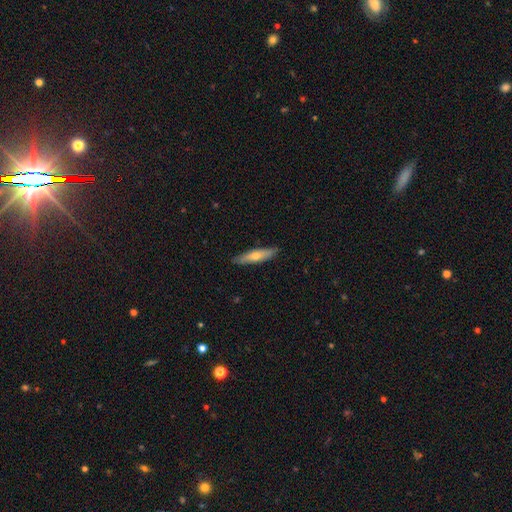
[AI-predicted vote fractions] Overall: smooth (55%; featured or disk 40%). How rounded: cigar-shaped (79%). Merging: none (87%).